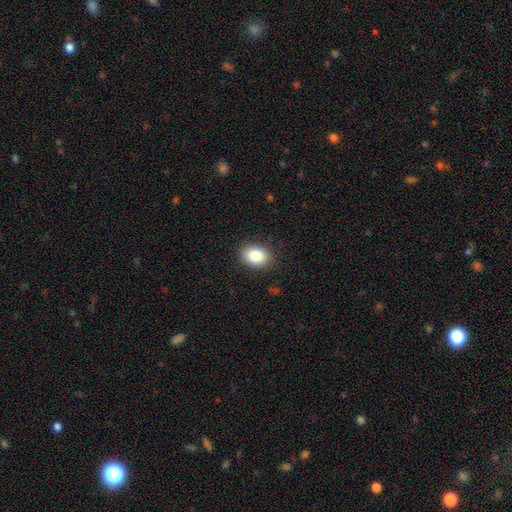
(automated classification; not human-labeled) The model was most divided on "how rounded": in between: 74%, round: 25%, cigar-shaped: 1%. More confident: merging — none (88%); smooth or featured — smooth (86%).